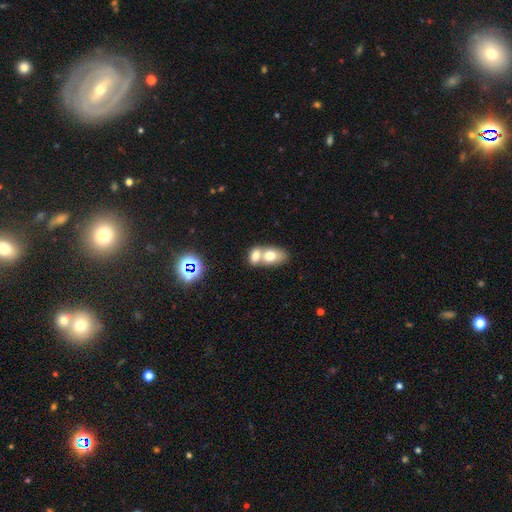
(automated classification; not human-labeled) A smooth galaxy with no disk features (69%) that is in between round and cigar-shaped (79%). Merging: merger (71%).